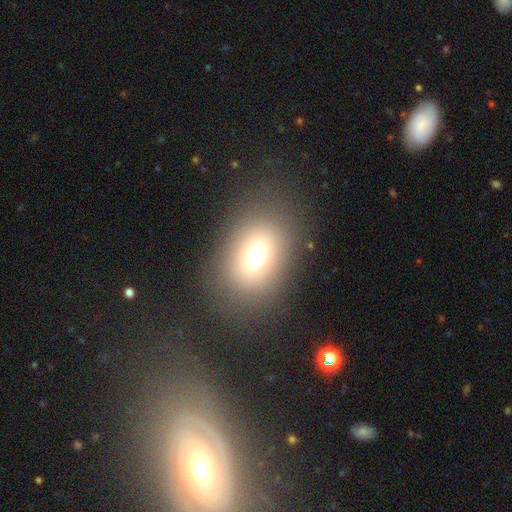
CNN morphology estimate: Overall: smooth (68%). How rounded: in between (56%; round 43%). Merging: none (82%).